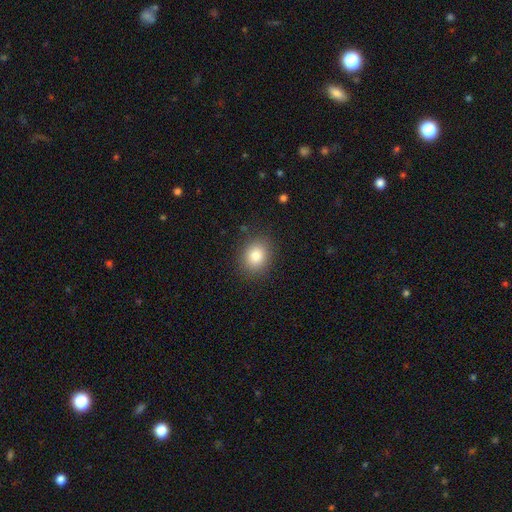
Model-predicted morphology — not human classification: This appears to be a smooth galaxy with no disk features (83%) that is round (62%). Merging: none (87%).